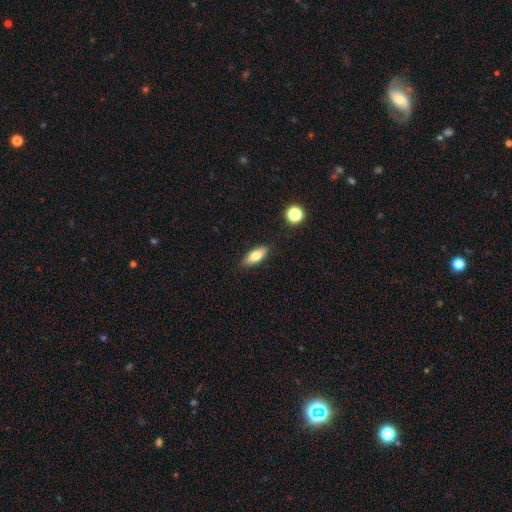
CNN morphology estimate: Smooth or featured? smooth (71%)
How rounded? in between (72%)
Merging? none (87%)